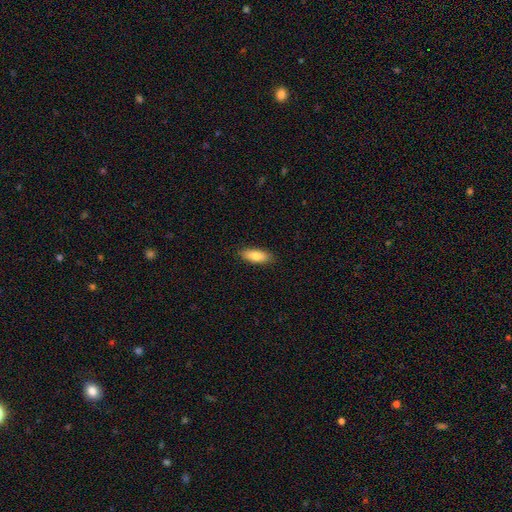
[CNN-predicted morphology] This appears to be a smooth galaxy with no disk features (82%) that is in between round and cigar-shaped (75%). Merging: none (88%).